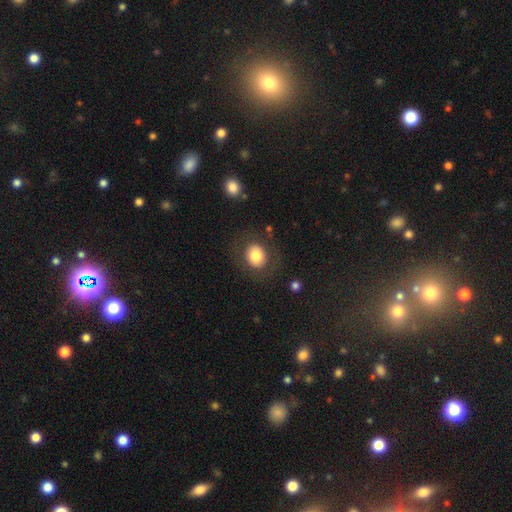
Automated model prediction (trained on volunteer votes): Smooth or featured?
  - smooth: 77% *
  - featured or disk: 14%
  - star or artifact: 9%
How rounded?
  - round: 67% *
  - in between: 32%
  - cigar-shaped: 1%
Merging?
  - none: 82% *
  - minor disturbance: 10%
  - major disturbance: 6%
  - merger: 2%